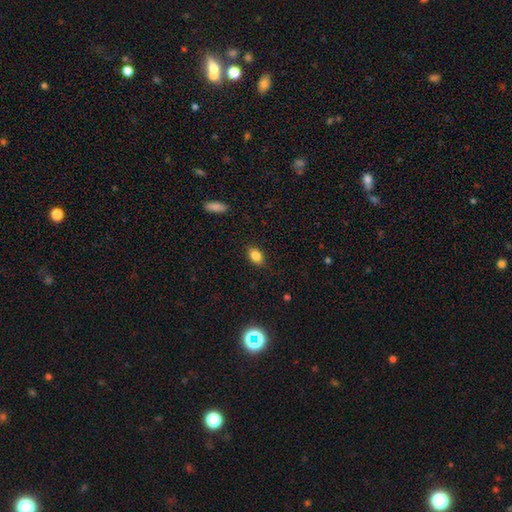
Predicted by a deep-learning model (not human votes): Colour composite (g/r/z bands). It shows a smooth galaxy with no disk features (84%) that is in between round and cigar-shaped (82%). Merging: none (86%).